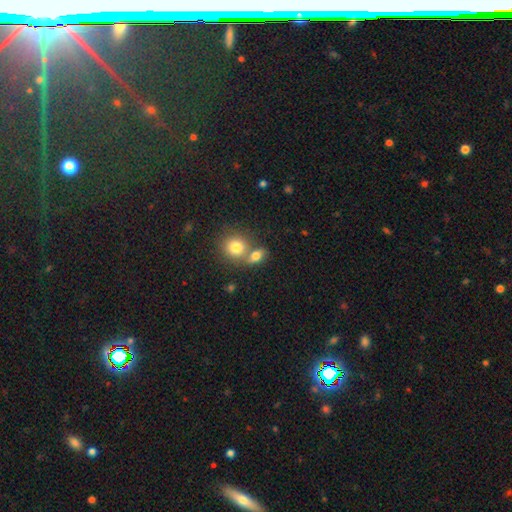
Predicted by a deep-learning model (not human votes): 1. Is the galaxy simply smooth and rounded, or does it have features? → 76% smooth, 13% featured or disk, 10% star or artifact.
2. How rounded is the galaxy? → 60% in between, 35% round, 5% cigar-shaped.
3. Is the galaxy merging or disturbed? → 43% merger, 42% none, 10% minor disturbance, 5% major disturbance.